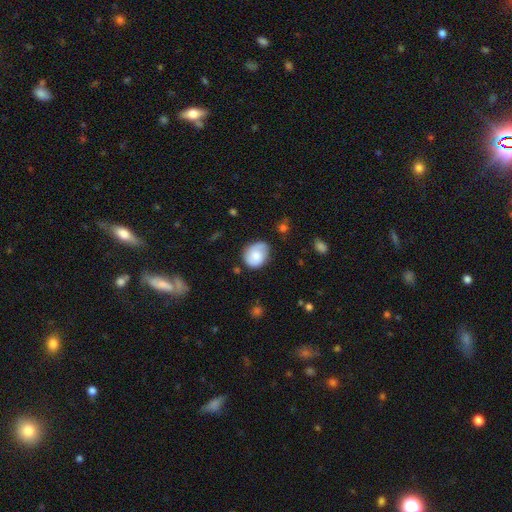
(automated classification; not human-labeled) This is likely a smooth galaxy (63%). How rounded: possibly round (59%). Merging: likely none (67%).